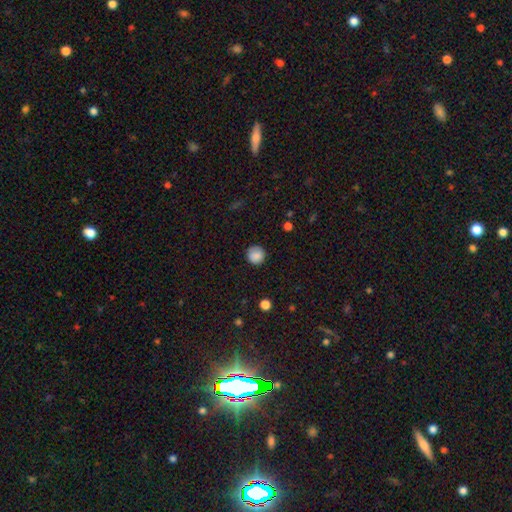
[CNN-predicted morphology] Smooth or featured?
  - smooth: 86% *
  - star or artifact: 9%
  - featured or disk: 5%
How rounded?
  - round: 92% *
  - in between: 7%
  - cigar-shaped: 1%
Merging?
  - none: 84% *
  - minor disturbance: 12%
  - major disturbance: 3%
  - merger: 1%